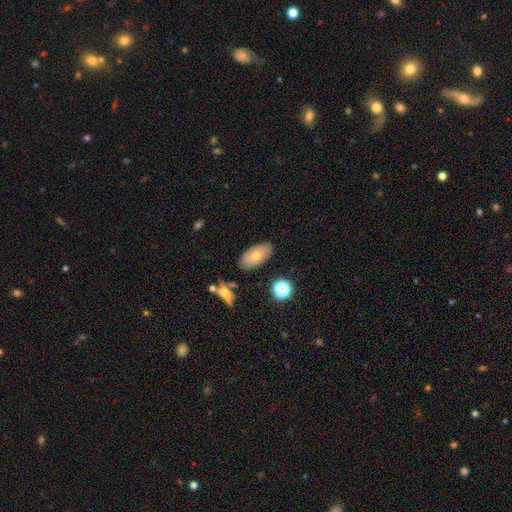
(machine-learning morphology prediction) A smooth galaxy with no disk features (67%) that is in between round and cigar-shaped (91%).

Vote fractions:
- Smooth or featured? smooth: 67% / featured or disk: 24% / star or artifact: 10%
- How rounded? in between: 91% / round: 5% / cigar-shaped: 4%
- Merging? none: 80% / minor disturbance: 13% / major disturbance: 3% / merger: 3%